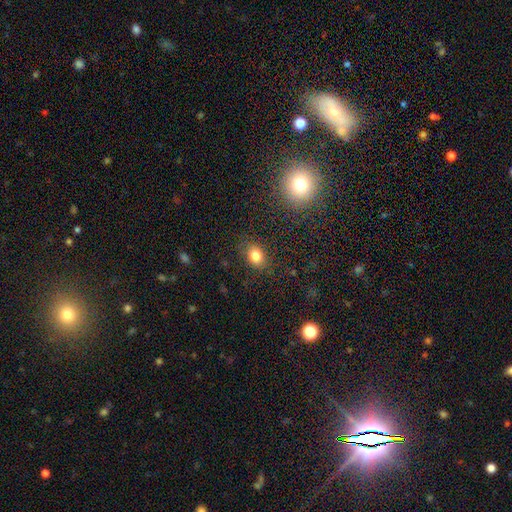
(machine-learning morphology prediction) type=smooth (81%); roundness=in between (62%); merging=none (82%).